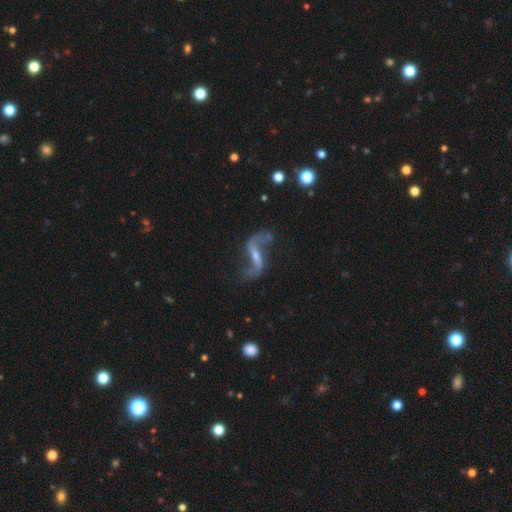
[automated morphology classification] Smooth or featured? Predicted: featured or disk (p=0.87). Edge-on disk? Predicted: no (p=0.94). Bar? Predicted: strong (p=0.42). Spiral arms? Predicted: yes (p=0.94). Spiral winding? Predicted: loose (p=0.91). Spiral arm count? Predicted: 2 (p=0.93). Bulge size? Predicted: small (p=0.48). Merging? Predicted: none (p=0.65).